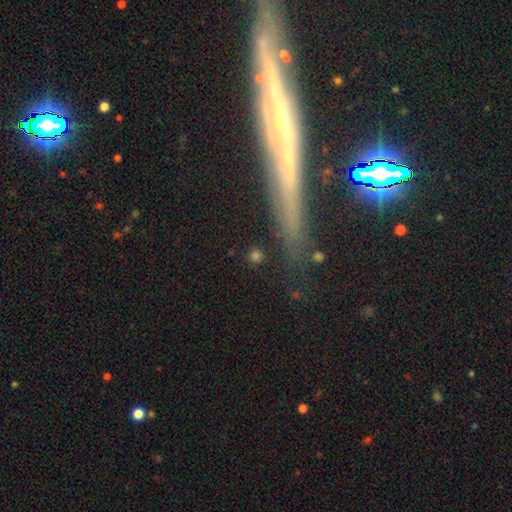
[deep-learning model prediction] Smooth or featured?
  - smooth: 73% *
  - star or artifact: 18%
  - featured or disk: 9%
How rounded?
  - round: 86% *
  - in between: 10%
  - cigar-shaped: 5%
Merging?
  - none: 86% *
  - minor disturbance: 7%
  - major disturbance: 3%
  - merger: 3%